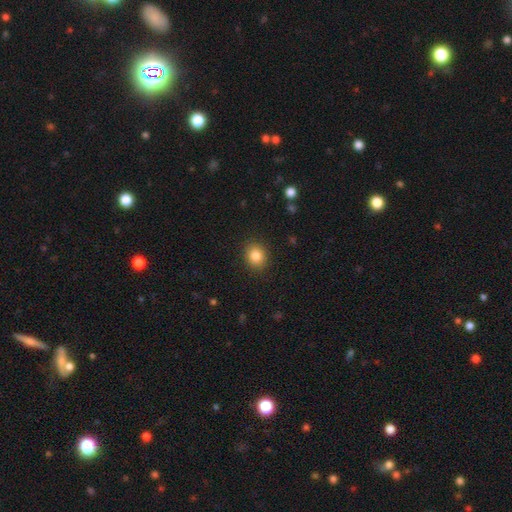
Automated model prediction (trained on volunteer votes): Overall: smooth (84%). How rounded: round (71%). Merging: none (89%).